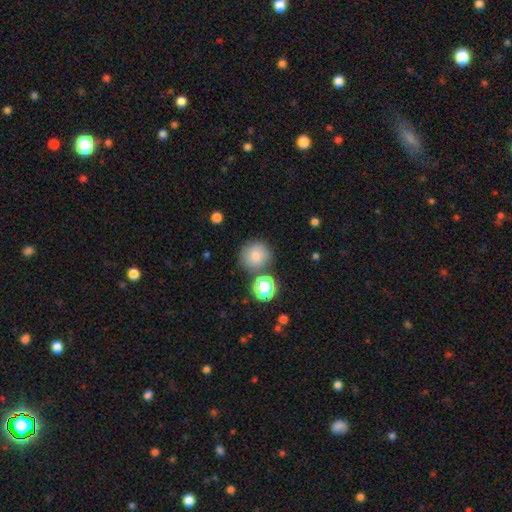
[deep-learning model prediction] This appears to be a smooth galaxy with no disk features (70%) that is round (92%). Merging: none (78%).